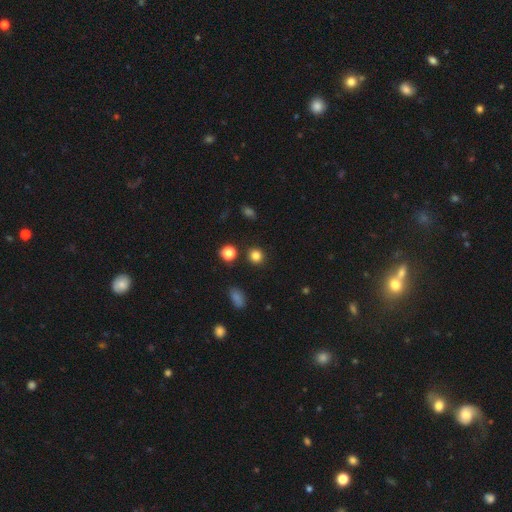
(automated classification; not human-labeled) Smooth or featured? Predicted: smooth (p=0.82). How rounded? Predicted: round (p=0.89). Merging? Predicted: none (p=0.89).